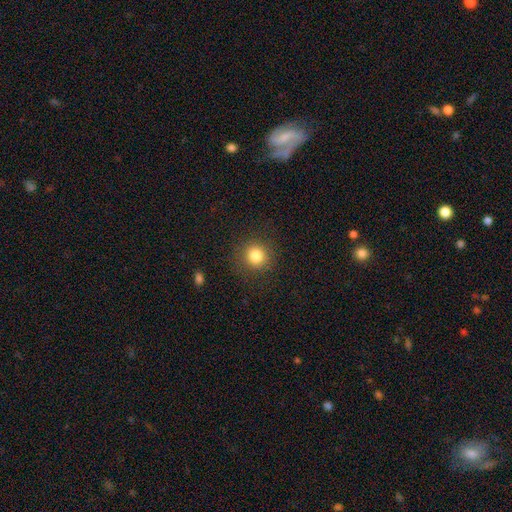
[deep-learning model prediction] Overall: smooth (82%). How rounded: round (92%). Merging: none (89%).